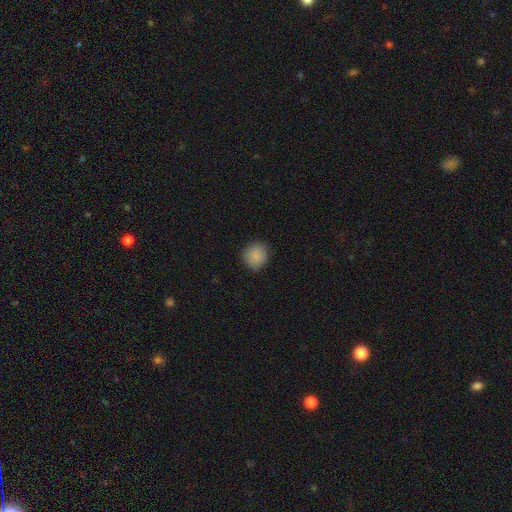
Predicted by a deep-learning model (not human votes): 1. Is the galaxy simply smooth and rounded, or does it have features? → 88% smooth, 8% star or artifact, 3% featured or disk.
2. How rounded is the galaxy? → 86% round, 13% in between, 1% cigar-shaped.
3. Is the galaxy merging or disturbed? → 86% none, 11% minor disturbance, 2% major disturbance, 1% merger.